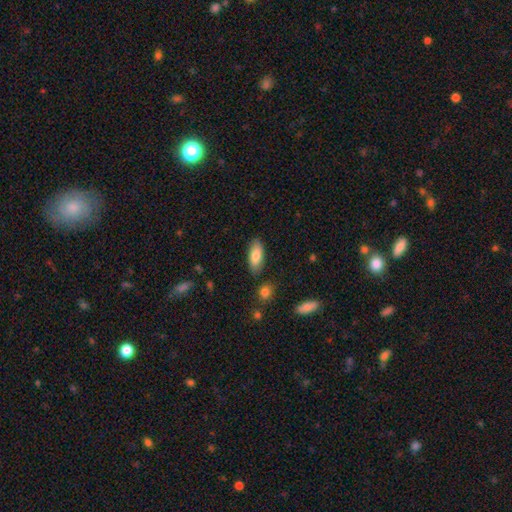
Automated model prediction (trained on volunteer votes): Morphology: type=smooth (81%); roundness=in between (81%); merging=none (84%).